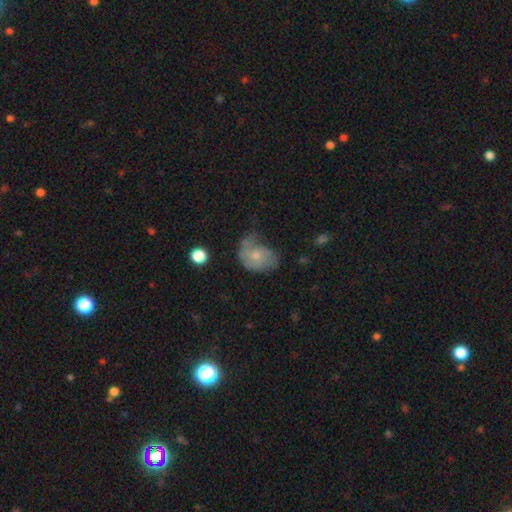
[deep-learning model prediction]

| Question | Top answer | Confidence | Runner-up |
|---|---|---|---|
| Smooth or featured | featured or disk | 46% | smooth (45%) |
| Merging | major disturbance | 36% | minor disturbance (33%) |